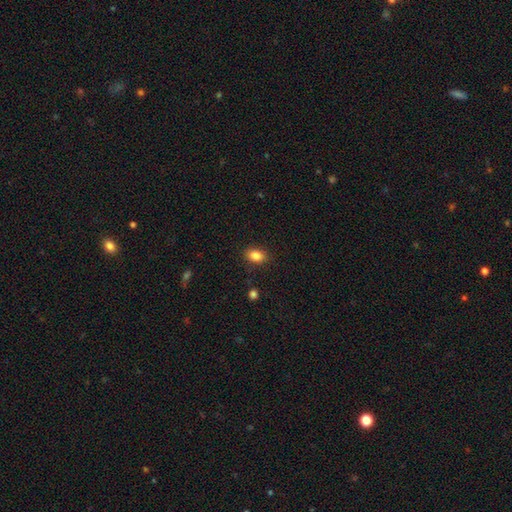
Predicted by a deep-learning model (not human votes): Smooth or featured? Predicted: smooth (p=0.85). How rounded? Predicted: in between (p=0.80). Merging? Predicted: none (p=0.88).